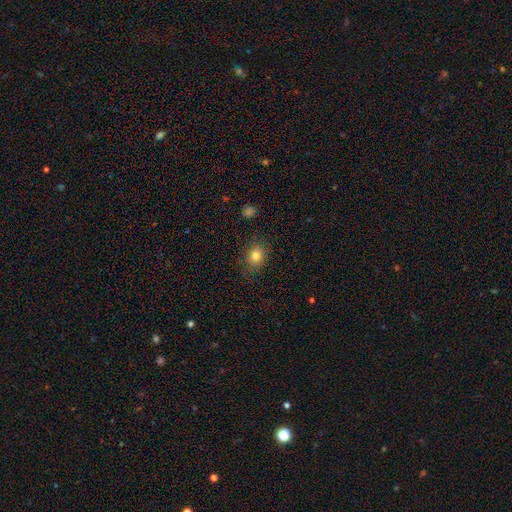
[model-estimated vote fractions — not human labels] Smooth or featured?
  - smooth: 81% *
  - star or artifact: 11%
  - featured or disk: 8%
How rounded?
  - round: 64% *
  - in between: 35%
  - cigar-shaped: 1%
Merging?
  - none: 84% *
  - minor disturbance: 11%
  - major disturbance: 3%
  - merger: 1%